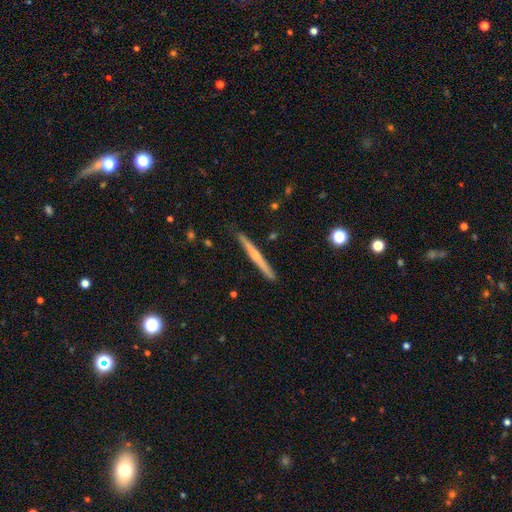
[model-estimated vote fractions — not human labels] Smooth or featured?
  - featured or disk: 57% *
  - smooth: 38%
  - star or artifact: 6%
Edge-on disk?
  - yes: 98% *
  - no: 2%
Edge-on bulge?
  - none: 47% *
  - rounded: 44%
  - boxy: 8%
Merging?
  - none: 90% *
  - minor disturbance: 7%
  - major disturbance: 1%
  - merger: 1%